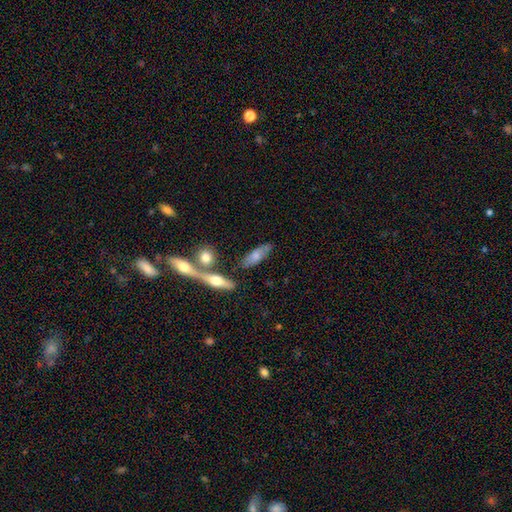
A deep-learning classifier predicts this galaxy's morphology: A smooth galaxy with no disk features (64%) that is in between round and cigar-shaped (58%).

Vote fractions:
- Smooth or featured? smooth: 64% / featured or disk: 30% / star or artifact: 7%
- How rounded? in between: 58% / cigar-shaped: 38% / round: 4%
- Merging? none: 67% / minor disturbance: 14% / merger: 14% / major disturbance: 5%